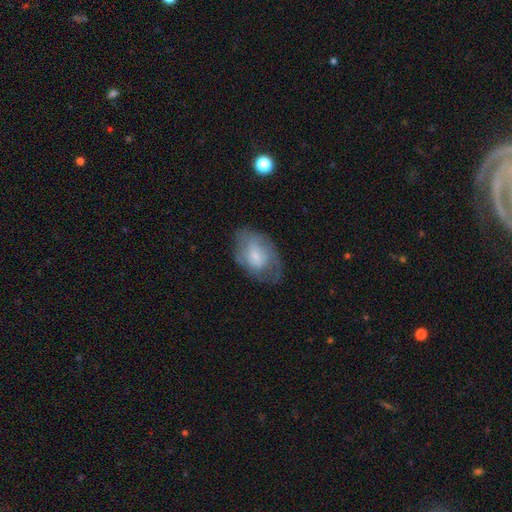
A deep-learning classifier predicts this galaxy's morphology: Overall: smooth (51%; featured or disk 41%). How rounded: in between (85%). Merging: none (55%; minor disturbance 26%).